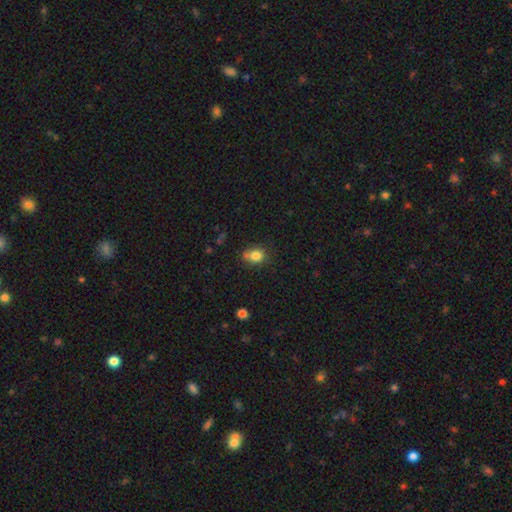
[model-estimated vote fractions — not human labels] The model was most divided on "how rounded": round: 58%, in between: 41%, cigar-shaped: 1%. More confident: smooth or featured — smooth (81%); merging — none (62%).